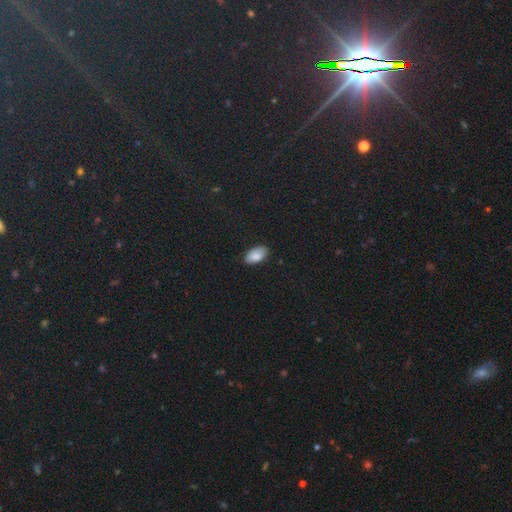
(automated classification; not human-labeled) Q: Smooth or featured?
A: smooth (85%); runner-up: star or artifact (8%)
Q: How rounded?
A: in between (95%); runner-up: round (3%)
Q: Merging?
A: none (86%); runner-up: minor disturbance (11%)